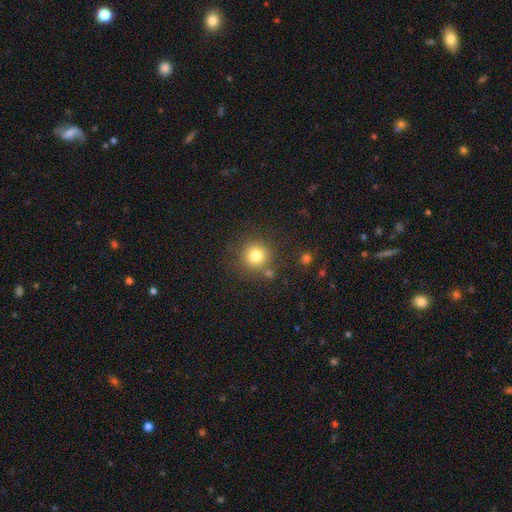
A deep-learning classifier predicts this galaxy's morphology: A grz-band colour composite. It shows a smooth galaxy with no disk features (79%) that is round (93%). Merging: none (78%).